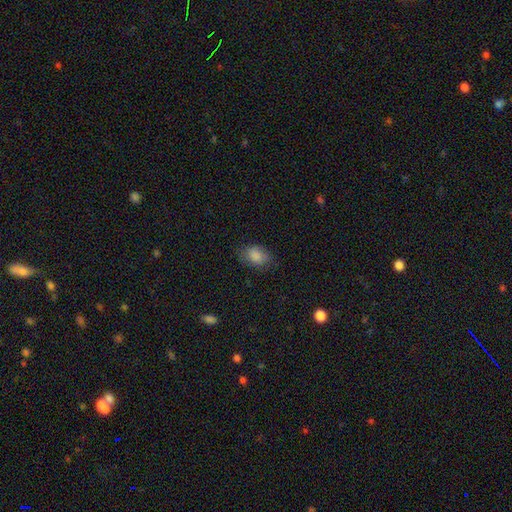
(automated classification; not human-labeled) The model was most divided on "merging": none: 74%, minor disturbance: 19%, major disturbance: 6%, merger: 1%. More confident: smooth or featured — smooth (86%); how rounded — in between (80%).